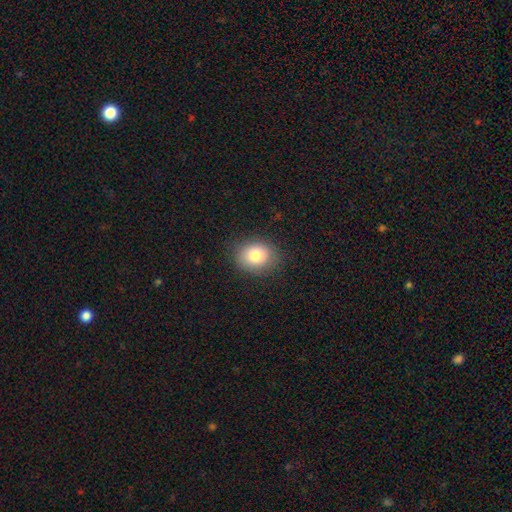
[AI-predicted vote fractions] smooth-or-featured: smooth: 82% | star or artifact: 9% | featured or disk: 9%
  how-rounded: round: 55% | in between: 44% | cigar-shaped: 1%
  merging: none: 85% | minor disturbance: 11% | major disturbance: 3% | merger: 1%